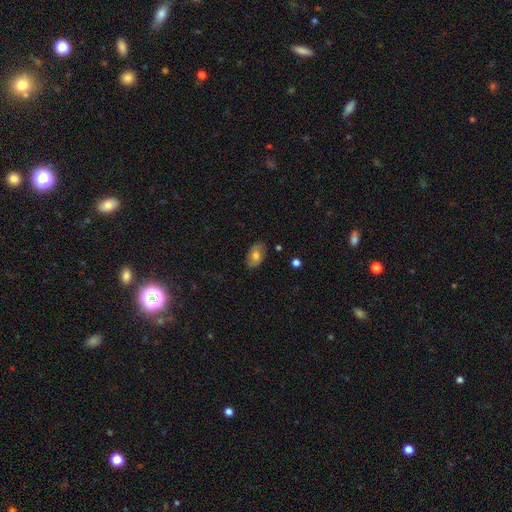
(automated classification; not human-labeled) The model was most divided on "smooth or featured": smooth: 67%, featured or disk: 26%, star or artifact: 8%. More confident: how rounded — in between (91%); merging — none (82%).